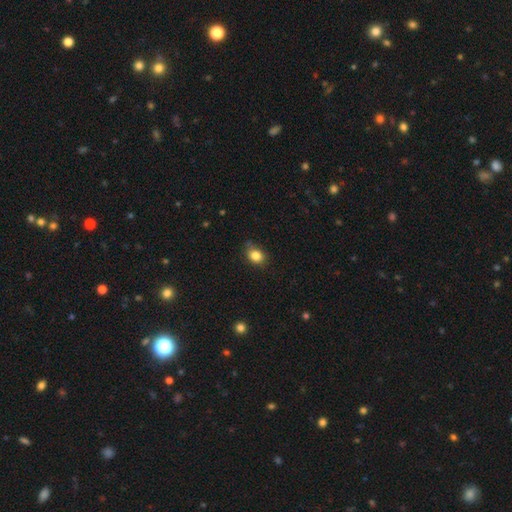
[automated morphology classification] This is clearly a smooth galaxy (84%). How rounded: likely in between (61%). Merging: likely none (68%).